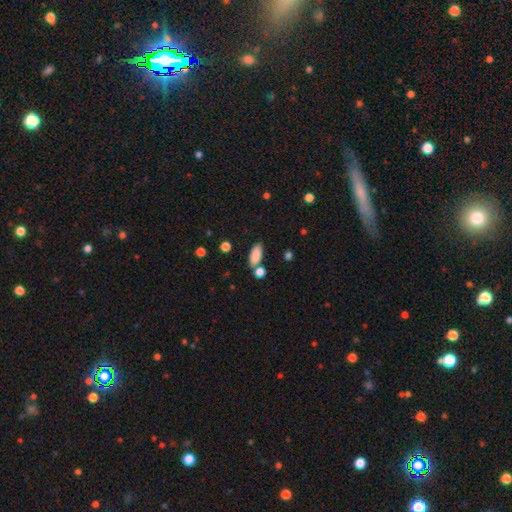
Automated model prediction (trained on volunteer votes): Smooth or featured? Predicted: smooth (p=0.87). How rounded? Predicted: in between (p=0.85). Merging? Predicted: none (p=0.69).